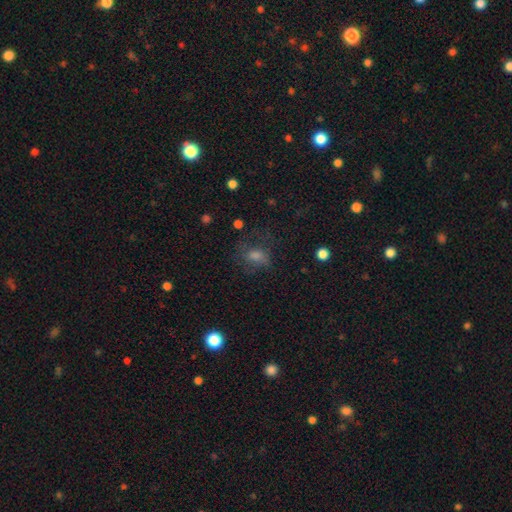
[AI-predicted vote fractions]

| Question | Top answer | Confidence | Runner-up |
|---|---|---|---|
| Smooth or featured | smooth | 54% | star or artifact (24%) |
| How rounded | in between | 64% | round (33%) |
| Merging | none | 57% | minor disturbance (21%) |